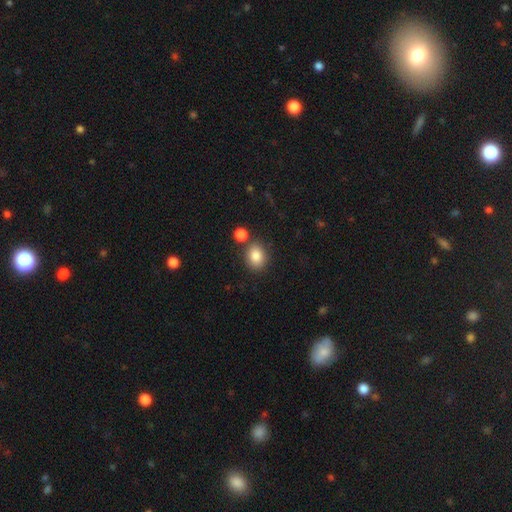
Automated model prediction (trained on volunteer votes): This appears to be a smooth galaxy with no disk features (85%) that is in between round and cigar-shaped (51%). Merging: none (73%).